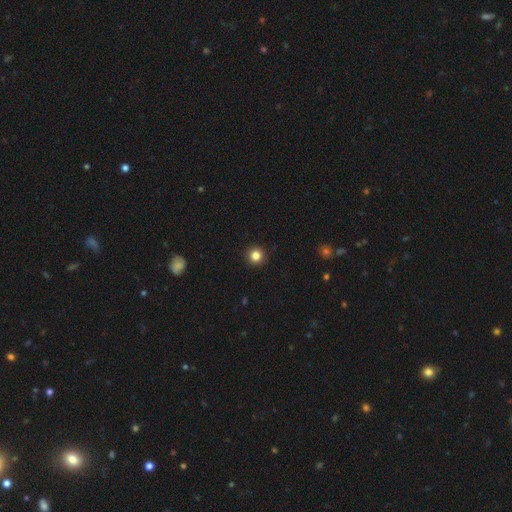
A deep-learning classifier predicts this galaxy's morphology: A smooth galaxy with no disk features (84%) that is round (96%). Merging: none (93%).